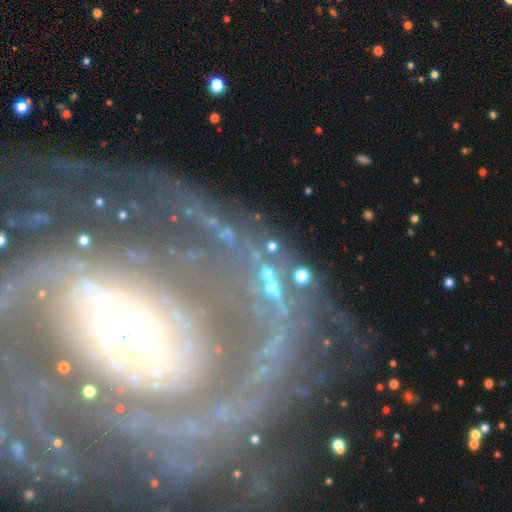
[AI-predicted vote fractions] Overall: featured or disk (45%; star or artifact 38%). Merging: none (50%; major disturbance 19%).